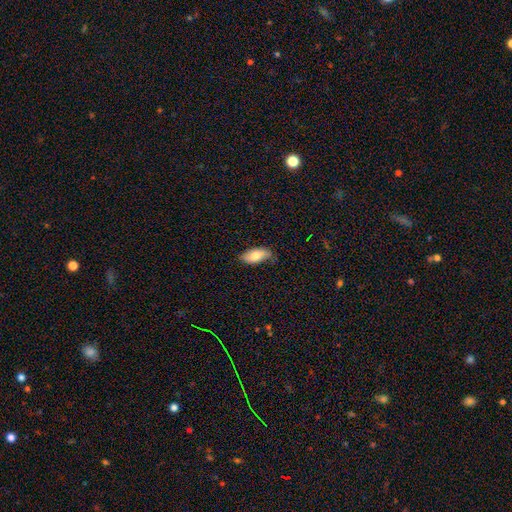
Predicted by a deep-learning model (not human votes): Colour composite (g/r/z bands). It shows a smooth galaxy with no disk features (76%) that is in between round and cigar-shaped (89%). Merging: none (69%).